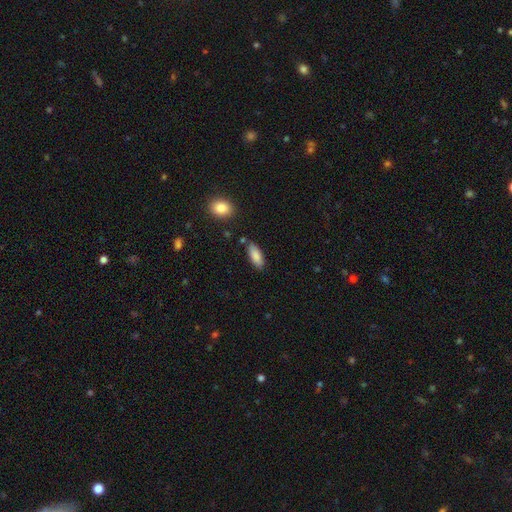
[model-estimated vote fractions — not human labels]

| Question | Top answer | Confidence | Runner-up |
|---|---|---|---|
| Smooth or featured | smooth | 87% | featured or disk (7%) |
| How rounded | in between | 78% | cigar-shaped (20%) |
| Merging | none | 80% | minor disturbance (14%) |